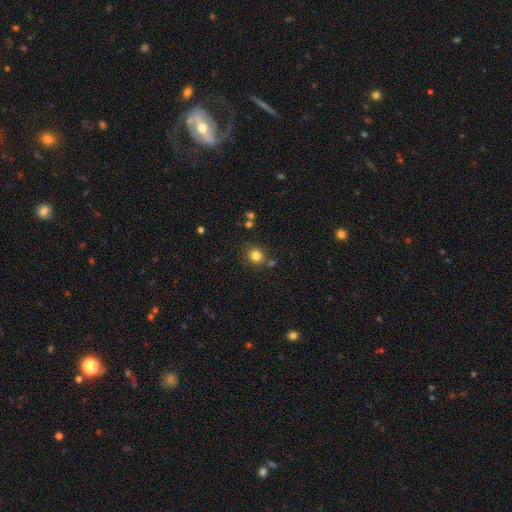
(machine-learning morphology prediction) Overall: smooth (81%). How rounded: round (81%). Merging: none (79%).